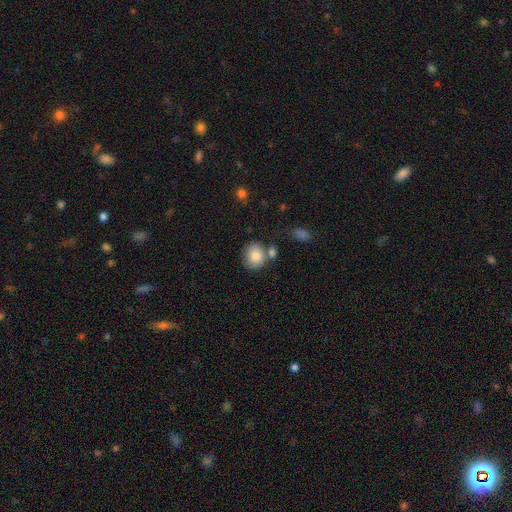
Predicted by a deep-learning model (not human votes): Morphology: type=smooth (85%); roundness=round (72%); merging=none (64%).